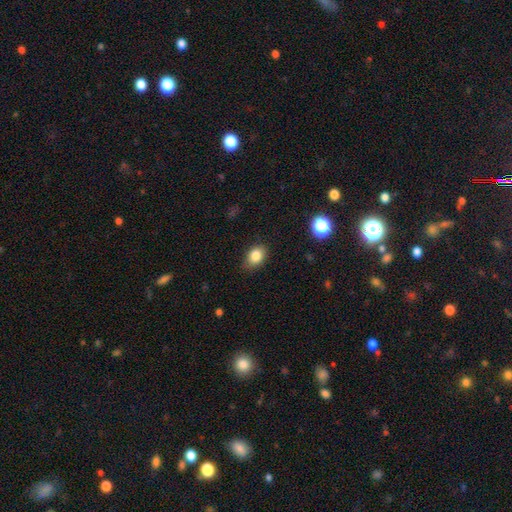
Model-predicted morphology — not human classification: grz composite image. It shows a smooth galaxy with no disk features (85%) that is in between round and cigar-shaped (71%). Merging: none (79%).